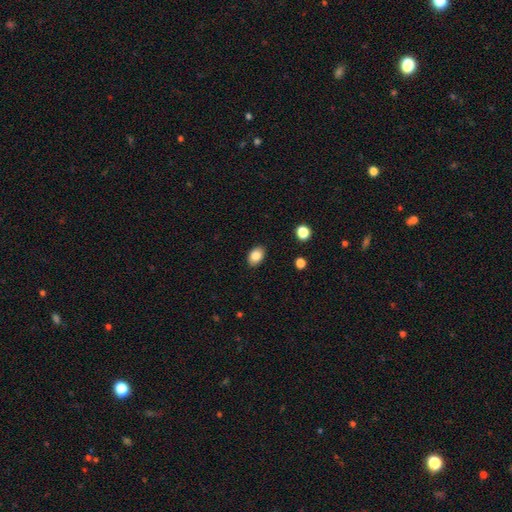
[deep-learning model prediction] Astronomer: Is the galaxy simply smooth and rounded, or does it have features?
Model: smooth — 85%.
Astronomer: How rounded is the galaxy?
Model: in between — 83%.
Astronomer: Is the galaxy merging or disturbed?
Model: none — 88%.